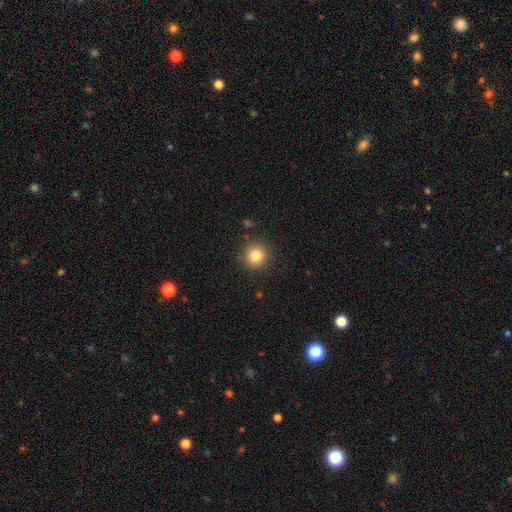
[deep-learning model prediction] Smooth or featured? Predicted: smooth (p=0.81). How rounded? Predicted: round (p=0.94). Merging? Predicted: none (p=0.89).